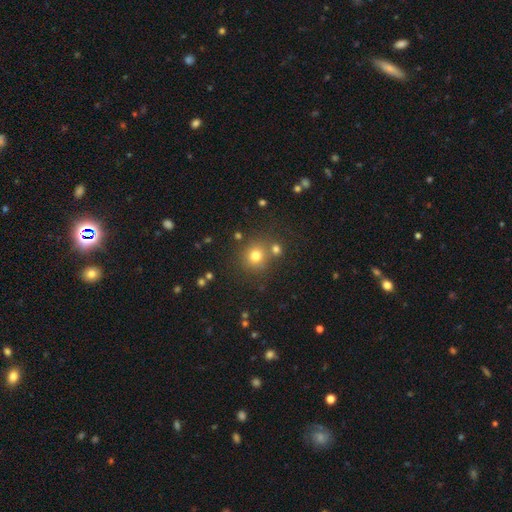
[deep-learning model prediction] Morphology: type=smooth (74%); roundness=round (89%); merging=none (73%).